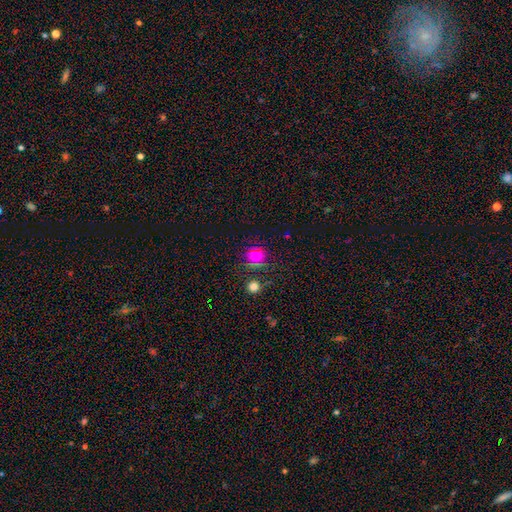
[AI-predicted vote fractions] Q: Smooth or featured?
A: smooth (67%); runner-up: star or artifact (21%)
Q: How rounded?
A: round (87%); runner-up: in between (12%)
Q: Merging?
A: none (78%); runner-up: minor disturbance (12%)